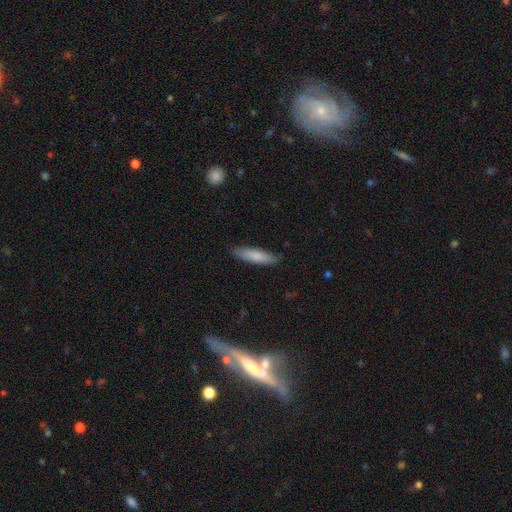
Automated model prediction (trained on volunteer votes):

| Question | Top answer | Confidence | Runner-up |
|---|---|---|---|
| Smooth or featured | smooth | 82% | featured or disk (12%) |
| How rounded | cigar-shaped | 70% | in between (29%) |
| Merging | none | 87% | minor disturbance (10%) |